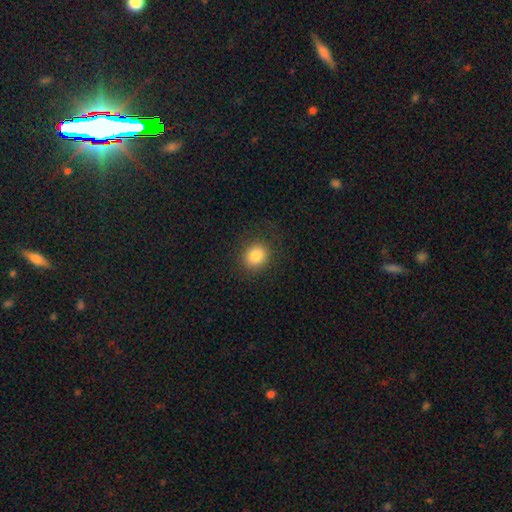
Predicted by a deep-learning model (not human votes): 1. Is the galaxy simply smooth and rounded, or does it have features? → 84% smooth, 10% star or artifact, 6% featured or disk.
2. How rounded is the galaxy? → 71% round, 28% in between, 1% cigar-shaped.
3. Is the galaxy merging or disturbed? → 85% none, 9% minor disturbance, 4% major disturbance, 1% merger.